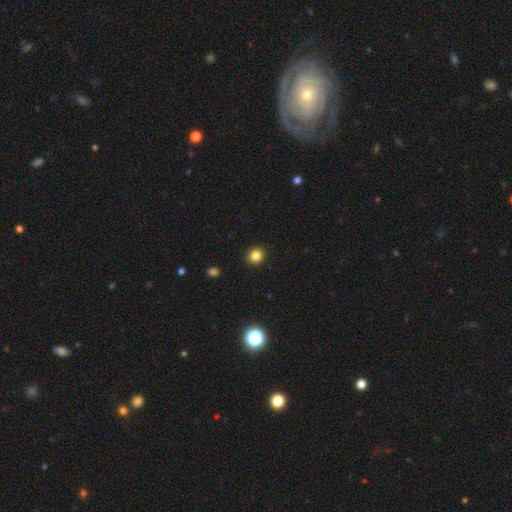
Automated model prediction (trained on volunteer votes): Smooth or featured?
  - smooth: 84% *
  - star or artifact: 11%
  - featured or disk: 5%
How rounded?
  - round: 78% *
  - in between: 21%
  - cigar-shaped: 1%
Merging?
  - none: 90% *
  - minor disturbance: 7%
  - major disturbance: 2%
  - merger: 1%